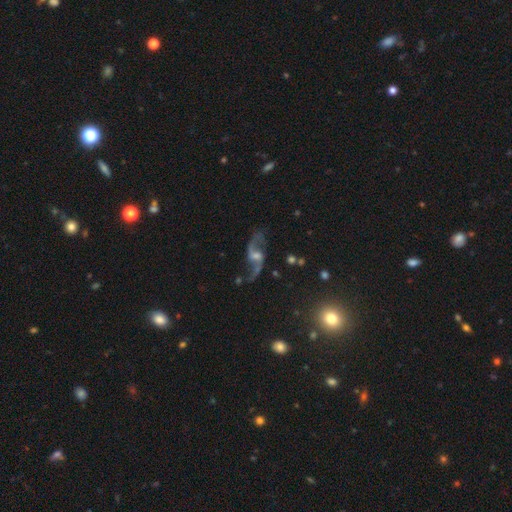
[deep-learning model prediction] This appears to be a featured or disk galaxy (88%) with a weak bar (46%), 2 (94%) loose (87%) spiral arms (96%) and a small central bulge (42%). Merging: none (74%).